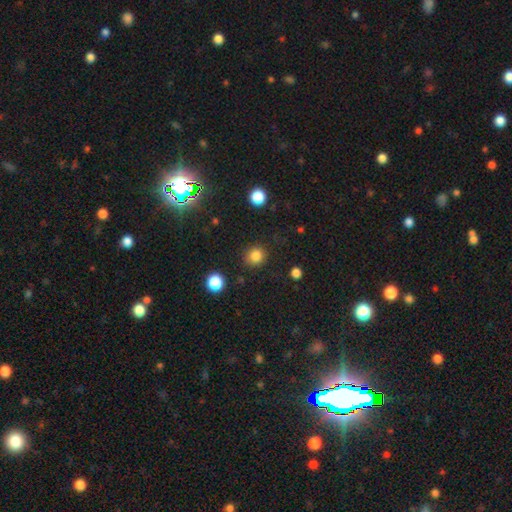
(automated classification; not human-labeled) A smooth galaxy with no disk features (83%) that is round (87%). Merging: none (88%).